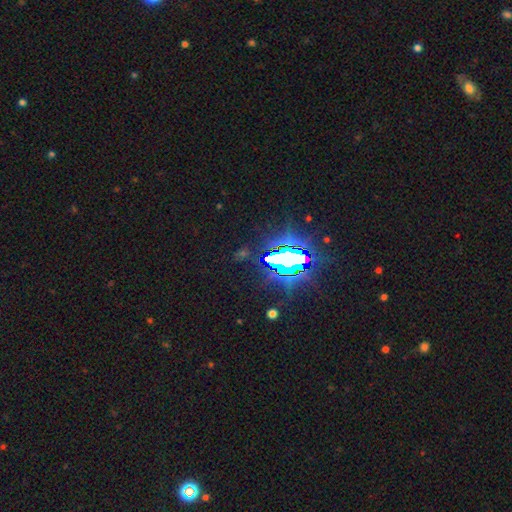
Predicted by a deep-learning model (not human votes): Smooth or featured? star or artifact (84%)